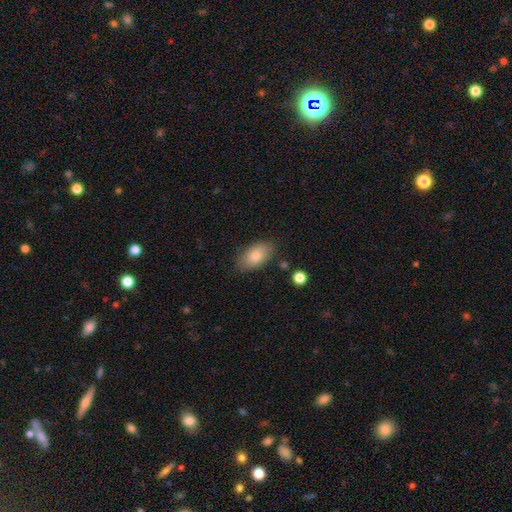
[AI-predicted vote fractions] Overall: smooth (79%). How rounded: in between (93%). Merging: none (84%).